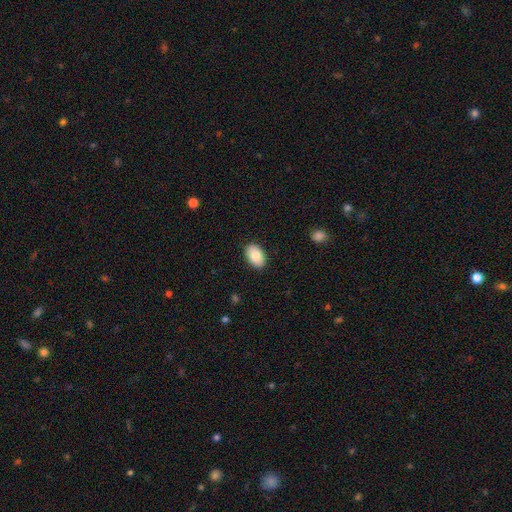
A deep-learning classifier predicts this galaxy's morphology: Q: Smooth or featured?
A: smooth (84%); runner-up: featured or disk (9%)
Q: How rounded?
A: in between (92%); runner-up: round (7%)
Q: Merging?
A: none (88%); runner-up: minor disturbance (9%)